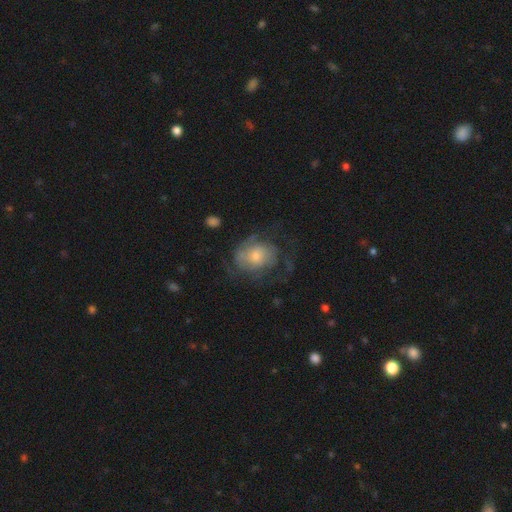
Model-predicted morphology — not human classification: smooth_or_featured: featured or disk (p=0.65) [alt: smooth p=0.27]
disk_edge_on: no (p=0.97) [alt: yes p=0.03]
bar: no (p=0.77) [alt: weak p=0.20]
has_spiral_arms: yes (p=0.79) [alt: no p=0.21]
spiral_winding: medium (p=0.40) [tied with: tight p=0.40]
spiral_arm_count: can't tell (p=0.39) [alt: 2 p=0.31]
bulge_size: small (p=0.44) [alt: moderate p=0.43]
merging: none (p=0.53) [alt: major disturbance p=0.25]